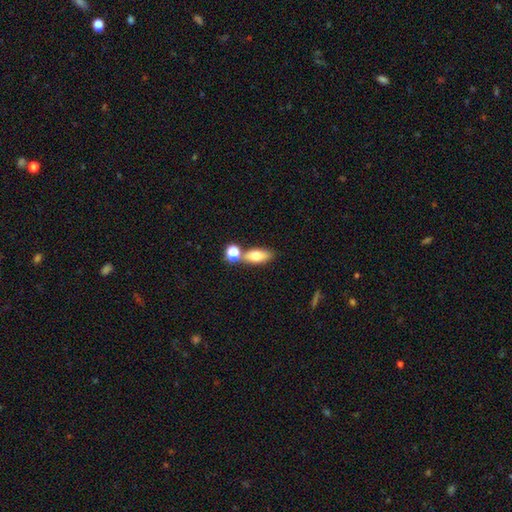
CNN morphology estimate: type=smooth (73%); roundness=in between (77%); merging=none (61%).